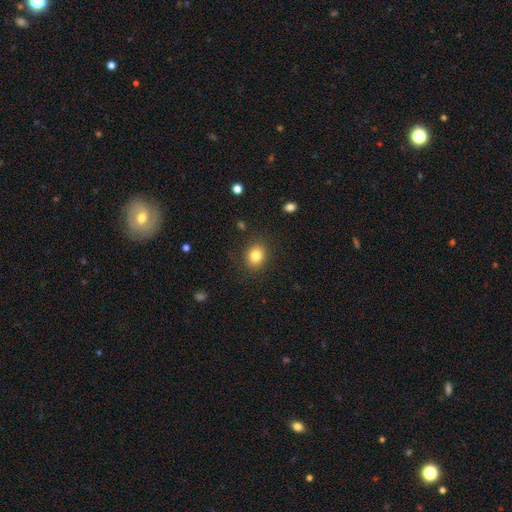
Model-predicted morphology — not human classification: Q: Smooth or featured?
A: smooth (83%); runner-up: star or artifact (10%)
Q: How rounded?
A: round (60%); runner-up: in between (39%)
Q: Merging?
A: none (87%); runner-up: minor disturbance (9%)